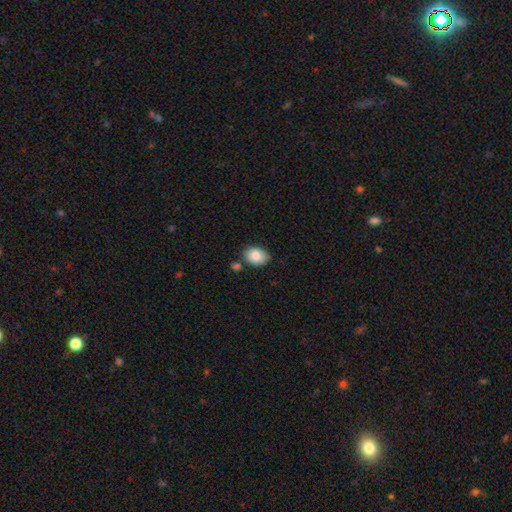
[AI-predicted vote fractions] Smooth or featured?
  - smooth: 86% *
  - star or artifact: 7%
  - featured or disk: 7%
How rounded?
  - in between: 74% *
  - round: 25%
  - cigar-shaped: 1%
Merging?
  - none: 70% *
  - minor disturbance: 18%
  - merger: 9%
  - major disturbance: 4%